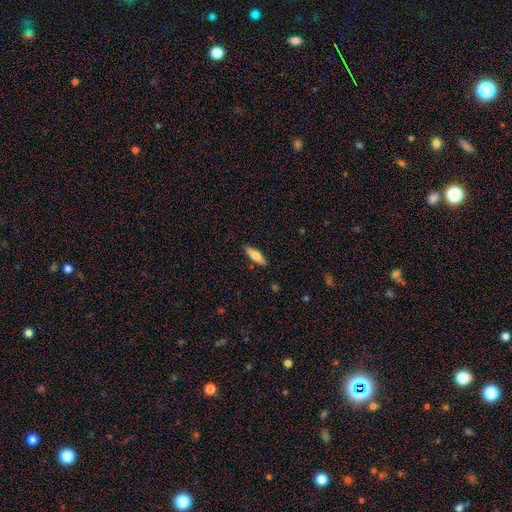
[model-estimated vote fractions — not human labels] smooth_or_featured: smooth (p=0.63) [alt: featured or disk p=0.32]
how_rounded: cigar-shaped (p=0.53) [alt: in between p=0.45]
merging: none (p=0.88) [alt: minor disturbance p=0.09]